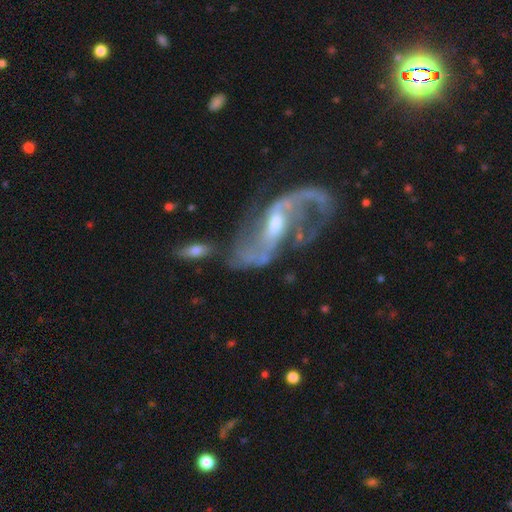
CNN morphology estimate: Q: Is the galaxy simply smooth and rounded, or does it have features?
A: featured or disk — 86%.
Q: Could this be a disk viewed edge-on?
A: no — 95%.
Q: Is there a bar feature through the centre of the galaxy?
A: weak — 48%.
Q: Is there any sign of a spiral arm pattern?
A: yes — 90%.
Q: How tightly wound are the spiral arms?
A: loose — 68%.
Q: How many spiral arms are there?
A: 2 — 79%.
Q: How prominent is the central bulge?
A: moderate — 53%.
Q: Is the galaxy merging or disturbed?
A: none — 37%.